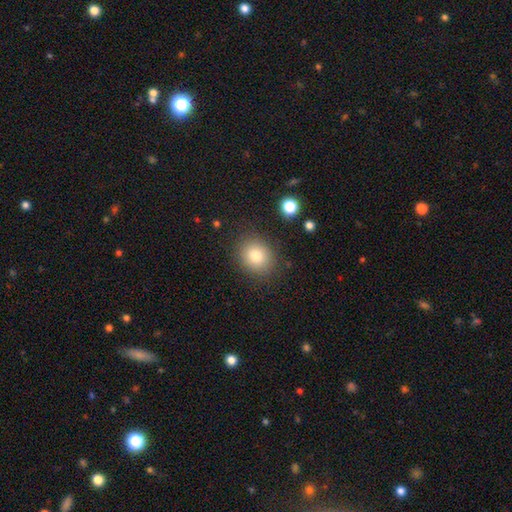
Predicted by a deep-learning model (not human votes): Morphology: type=smooth (81%); roundness=round (69%); merging=none (85%).